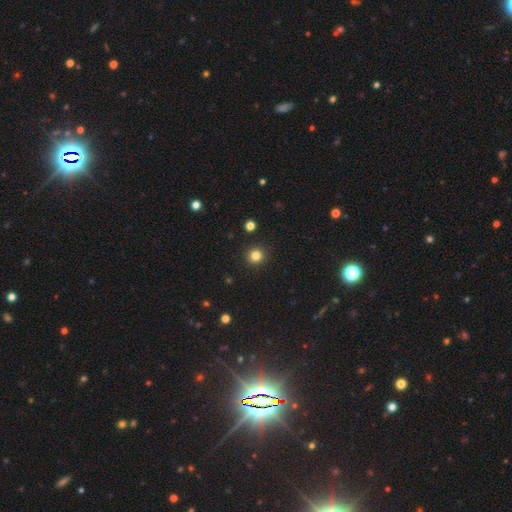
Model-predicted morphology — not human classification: smooth_or_featured: smooth (p=0.82) [alt: star or artifact p=0.13]
how_rounded: round (p=0.93) [alt: in between p=0.06]
merging: none (p=0.92) [alt: minor disturbance p=0.05]